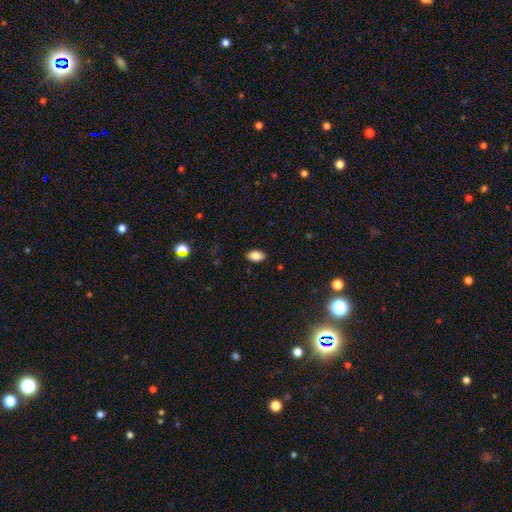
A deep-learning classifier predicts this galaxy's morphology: This appears to be a smooth galaxy with no disk features (85%) that is in between round and cigar-shaped (92%). Merging: none (88%).